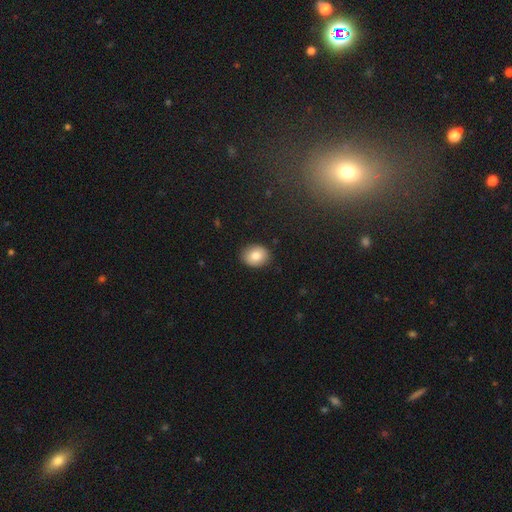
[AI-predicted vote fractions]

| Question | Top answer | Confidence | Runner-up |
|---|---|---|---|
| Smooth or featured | smooth | 83% | featured or disk (9%) |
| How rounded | in between | 54% | round (45%) |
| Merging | none | 88% | minor disturbance (9%) |